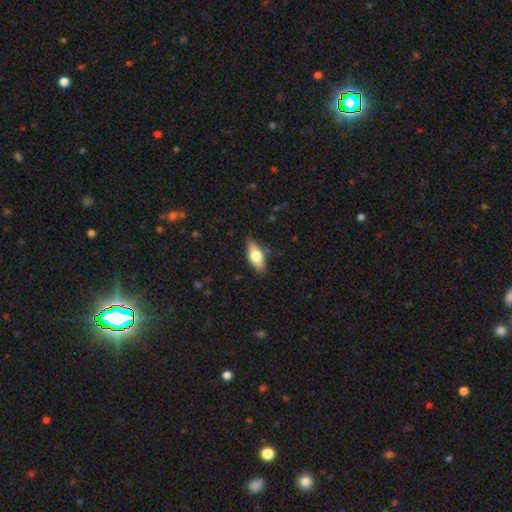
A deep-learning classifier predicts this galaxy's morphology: smooth_or_featured: smooth (p=0.63) [alt: featured or disk p=0.31]
how_rounded: in between (p=0.73) [alt: cigar-shaped p=0.24]
merging: none (p=0.83) [alt: minor disturbance p=0.13]